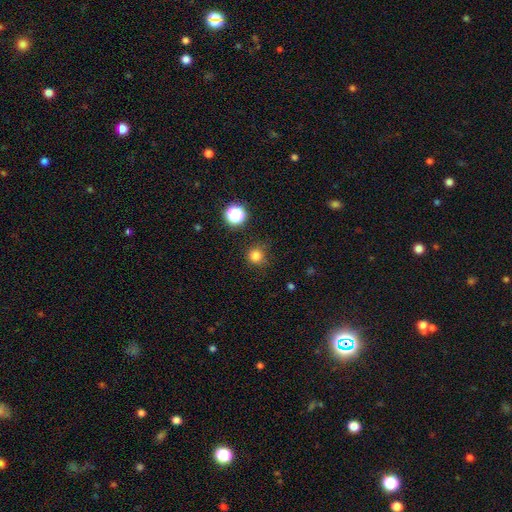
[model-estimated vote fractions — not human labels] Smooth or featured? smooth (80%)
How rounded? round (93%)
Merging? none (82%)